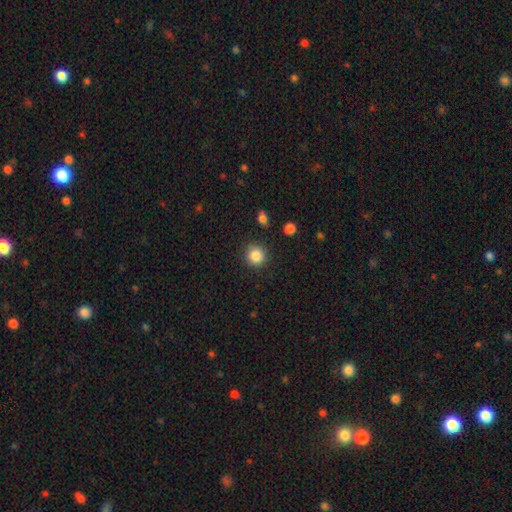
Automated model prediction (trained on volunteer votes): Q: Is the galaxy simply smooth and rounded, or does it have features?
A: smooth — 86%.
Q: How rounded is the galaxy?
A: round — 92%.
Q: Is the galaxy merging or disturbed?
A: none — 87%.